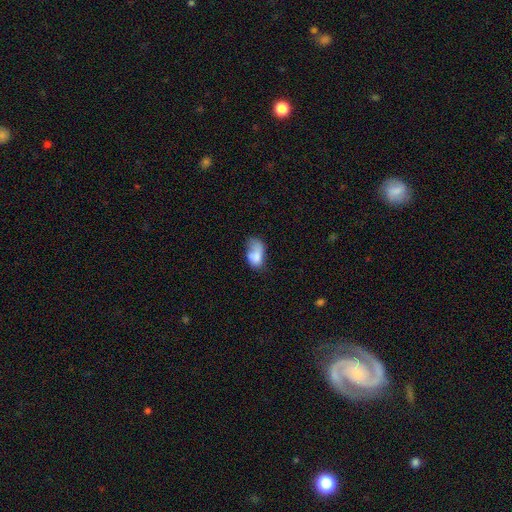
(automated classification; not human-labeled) Smooth or featured: smooth — 72% (featured or disk — 19%)
How rounded: in between — 89% (round — 9%)
Merging: major disturbance — 30% (minor disturbance — 28%)